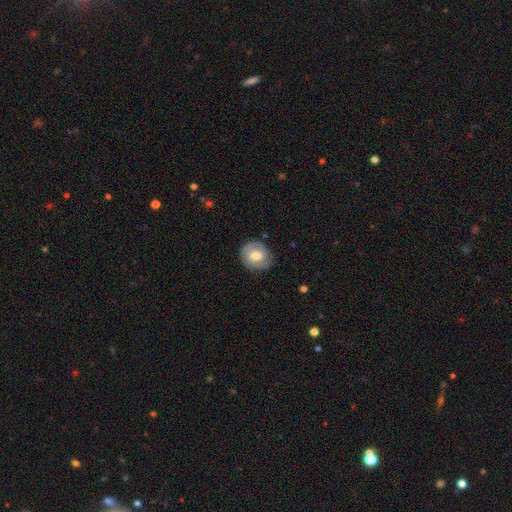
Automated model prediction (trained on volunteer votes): Smooth or featured?
  - featured or disk: 50% *
  - smooth: 44%
  - star or artifact: 7%
Merging?
  - none: 77% *
  - minor disturbance: 17%
  - major disturbance: 5%
  - merger: 1%